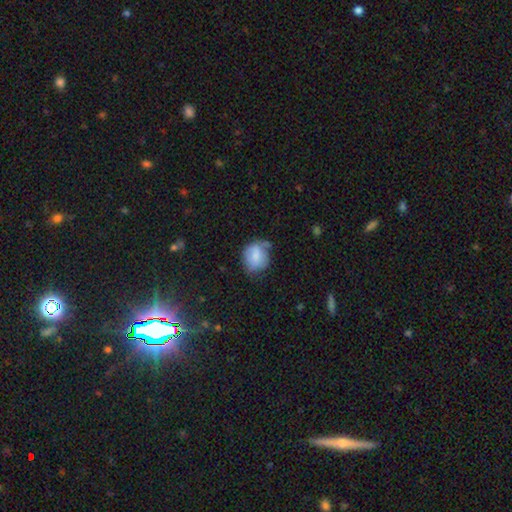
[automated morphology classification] Q: Smooth or featured?
A: smooth (76%); runner-up: featured or disk (16%)
Q: How rounded?
A: round (58%); runner-up: in between (40%)
Q: Merging?
A: none (44%); runner-up: minor disturbance (36%)